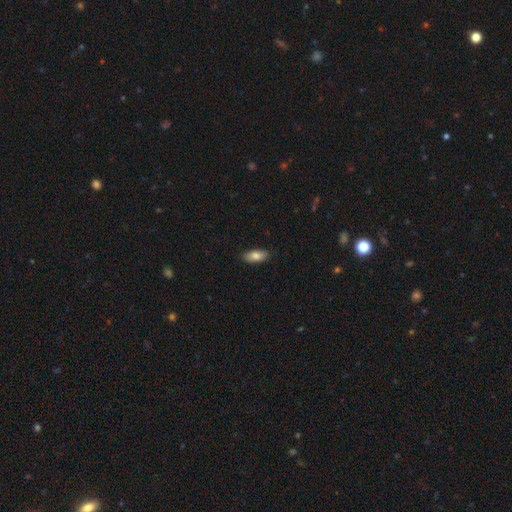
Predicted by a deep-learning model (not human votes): A smooth galaxy with no disk features (81%) that is in between round and cigar-shaped (87%). Merging: none (87%).